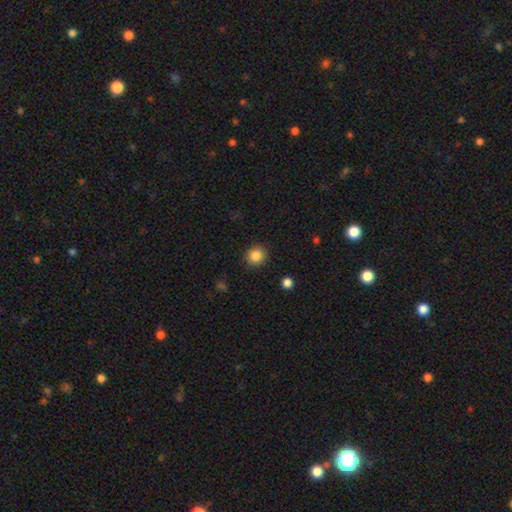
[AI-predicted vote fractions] Smooth or featured? smooth (86%)
How rounded? round (89%)
Merging? none (90%)